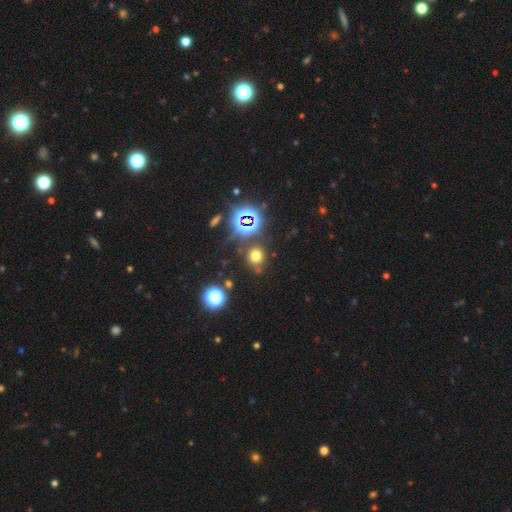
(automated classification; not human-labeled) Smooth or featured? Predicted: smooth (p=0.65). How rounded? Predicted: round (p=0.85). Merging? Predicted: none (p=0.77).